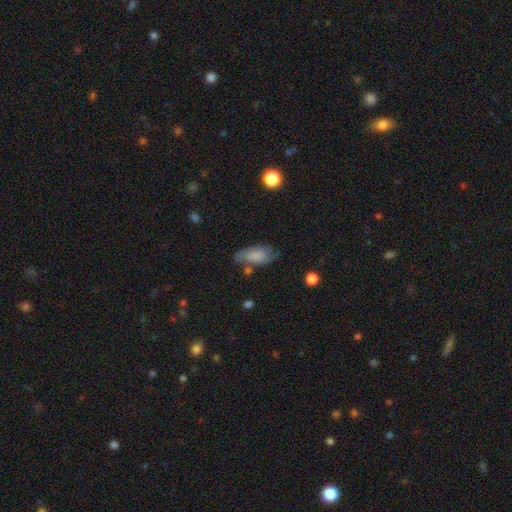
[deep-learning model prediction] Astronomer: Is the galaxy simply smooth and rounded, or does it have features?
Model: smooth — 61%.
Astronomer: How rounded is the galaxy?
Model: in between — 88%.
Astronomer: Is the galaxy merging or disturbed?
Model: none — 61%.